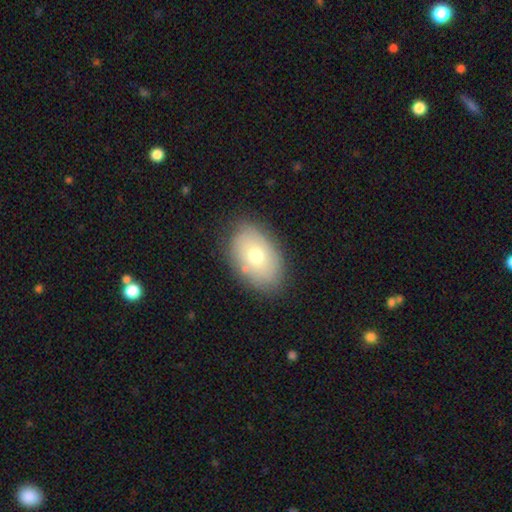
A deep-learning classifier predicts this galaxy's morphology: A smooth galaxy with no disk features (65%) that is in between round and cigar-shaped (88%).

Vote fractions:
- Smooth or featured? smooth: 65% / featured or disk: 27% / star or artifact: 9%
- How rounded? in between: 88% / round: 11% / cigar-shaped: 1%
- Merging? none: 79% / minor disturbance: 14% / major disturbance: 4% / merger: 2%